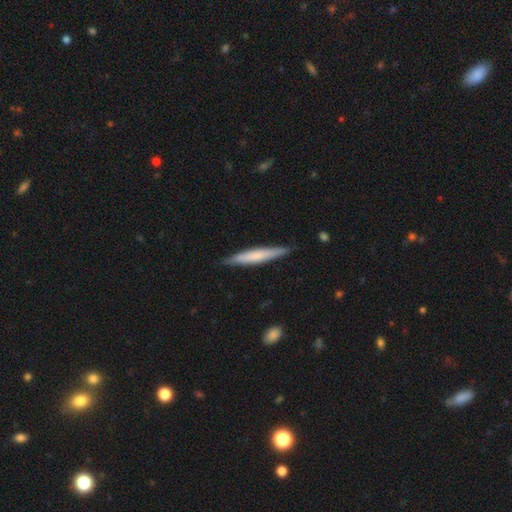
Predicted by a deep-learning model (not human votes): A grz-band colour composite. It shows a smooth galaxy with no disk features (60%) that is cigar-shaped (94%). Merging: none (88%).